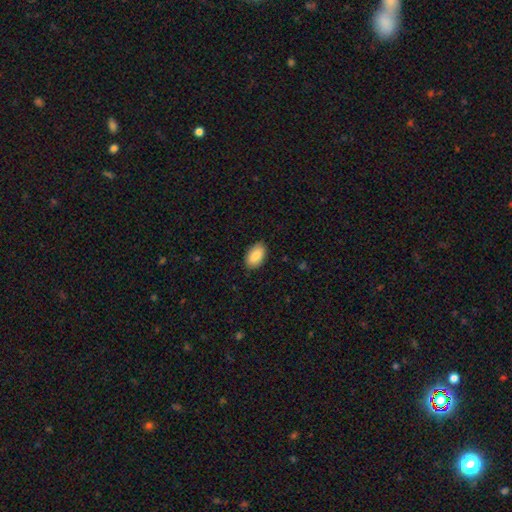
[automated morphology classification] type=smooth (87%); roundness=in between (93%); merging=none (88%).